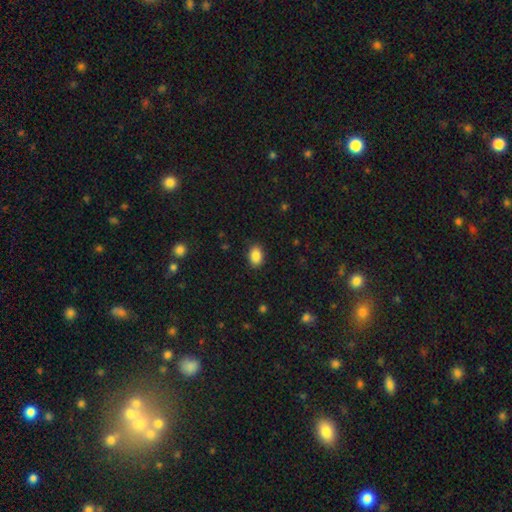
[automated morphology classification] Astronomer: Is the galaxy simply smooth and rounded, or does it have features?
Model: smooth — 88%.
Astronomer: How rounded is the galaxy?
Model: in between — 82%.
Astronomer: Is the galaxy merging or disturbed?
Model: none — 88%.